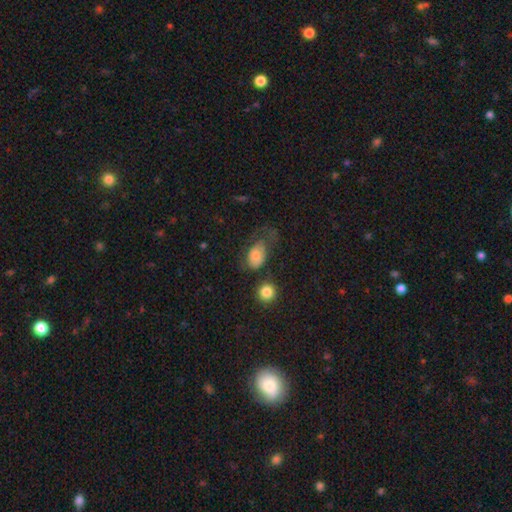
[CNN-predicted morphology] Smooth or featured? Predicted: smooth (p=0.71). How rounded? Predicted: in between (p=0.84). Merging? Predicted: major disturbance (p=0.42).